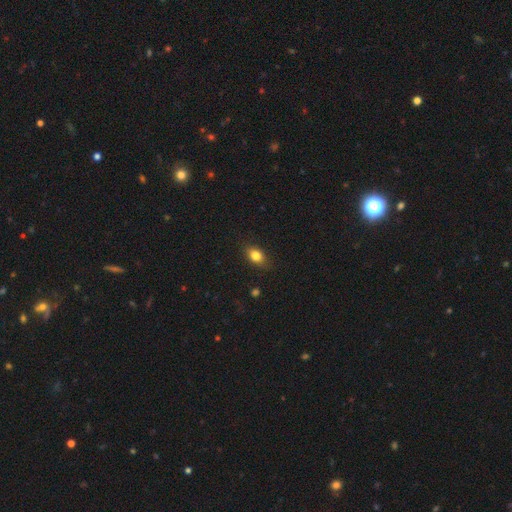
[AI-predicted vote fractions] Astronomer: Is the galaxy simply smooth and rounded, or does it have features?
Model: smooth — 81%.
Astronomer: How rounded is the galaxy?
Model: in between — 74%.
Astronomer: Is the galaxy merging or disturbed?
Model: none — 84%.